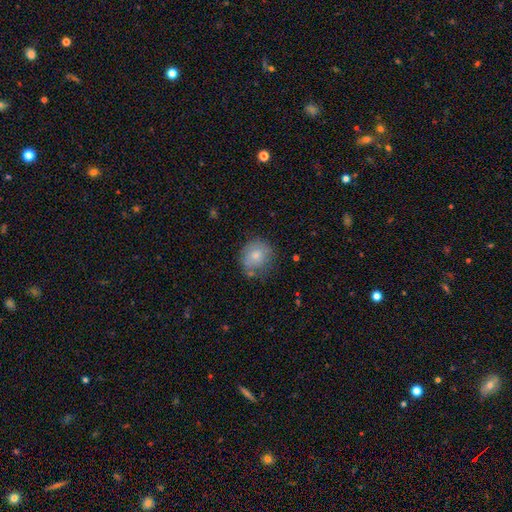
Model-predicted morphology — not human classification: Smooth or featured? Predicted: smooth (p=0.74). How rounded? Predicted: round (p=0.77). Merging? Predicted: none (p=0.63).